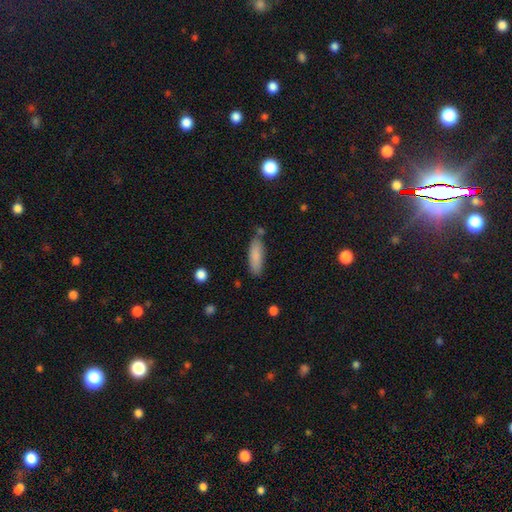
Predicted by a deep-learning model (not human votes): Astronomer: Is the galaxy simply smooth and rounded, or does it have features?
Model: smooth — 84%.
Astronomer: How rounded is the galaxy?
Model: in between — 53% (runner-up: cigar-shaped, 45%).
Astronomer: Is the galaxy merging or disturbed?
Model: none — 73%.